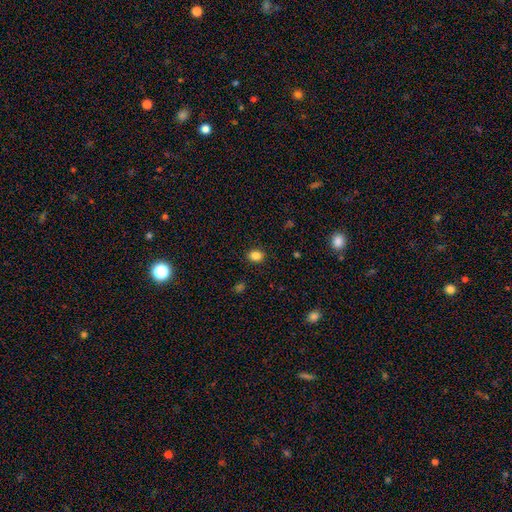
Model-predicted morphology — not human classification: Smooth or featured? Predicted: smooth (p=0.84). How rounded? Predicted: round (p=0.52). Merging? Predicted: none (p=0.89).